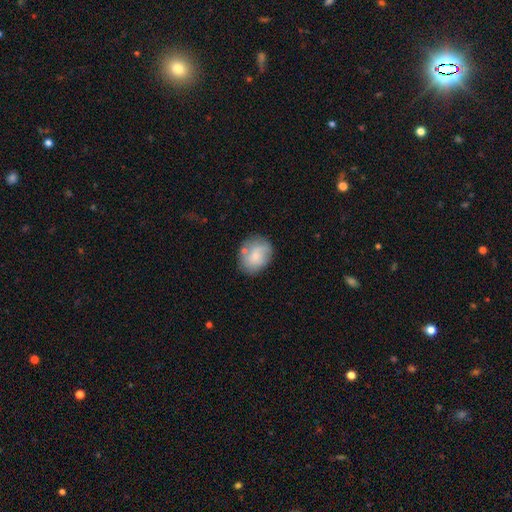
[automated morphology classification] Smooth or featured?
  - smooth: 65% *
  - featured or disk: 28%
  - star or artifact: 8%
How rounded?
  - round: 53% *
  - in between: 46%
  - cigar-shaped: 1%
Merging?
  - none: 63% *
  - minor disturbance: 22%
  - merger: 7%
  - major disturbance: 7%